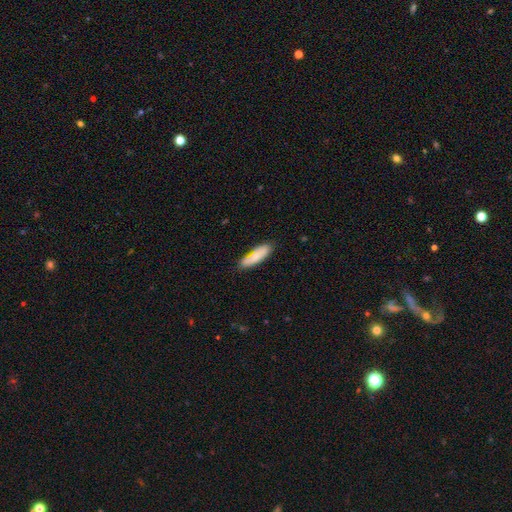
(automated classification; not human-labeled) A smooth galaxy with no disk features (77%) that is cigar-shaped (53%).

Vote fractions:
- Smooth or featured? smooth: 77% / featured or disk: 17% / star or artifact: 6%
- How rounded? cigar-shaped: 53% / in between: 46% / round: 2%
- Merging? none: 72% / minor disturbance: 19% / merger: 5% / major disturbance: 3%